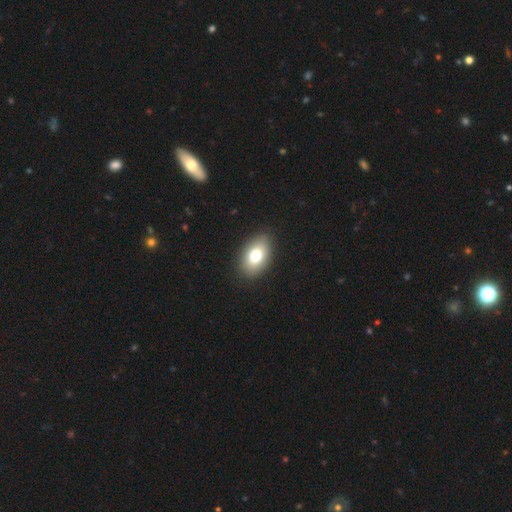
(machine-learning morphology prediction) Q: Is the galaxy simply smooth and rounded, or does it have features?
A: smooth — 76%.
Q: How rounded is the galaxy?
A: in between — 88%.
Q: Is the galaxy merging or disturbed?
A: none — 87%.